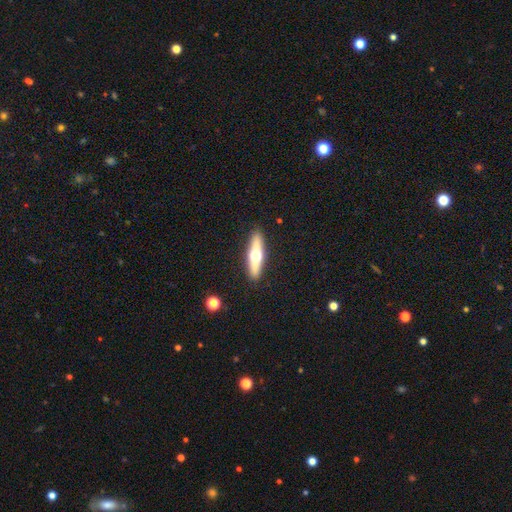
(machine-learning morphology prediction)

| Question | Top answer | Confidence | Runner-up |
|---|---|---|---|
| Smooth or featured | featured or disk | 52% | smooth (42%) |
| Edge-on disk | yes | 89% | no (11%) |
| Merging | none | 89% | minor disturbance (7%) |